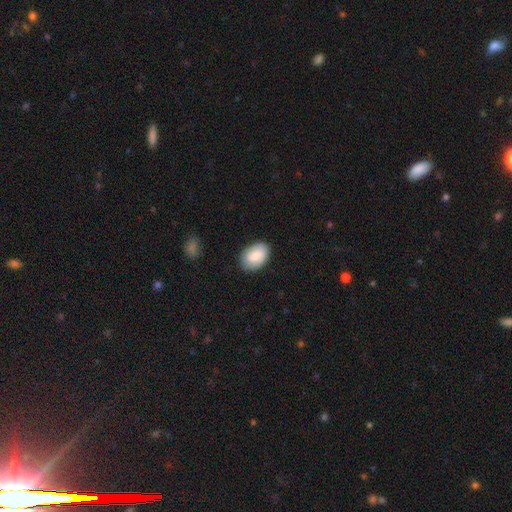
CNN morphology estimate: Q: Smooth or featured?
A: smooth (80%); runner-up: featured or disk (13%)
Q: How rounded?
A: in between (88%); runner-up: round (11%)
Q: Merging?
A: none (84%); runner-up: minor disturbance (12%)